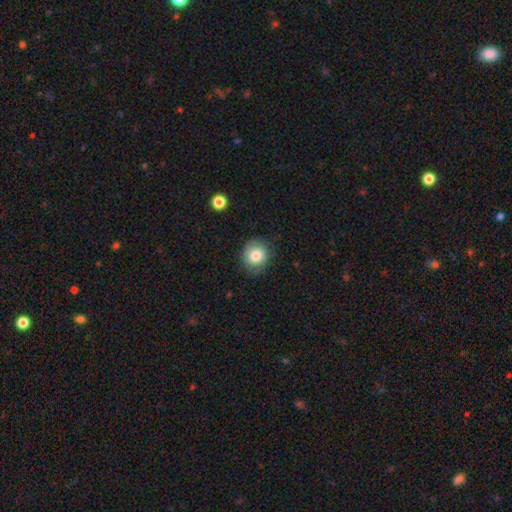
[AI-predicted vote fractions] Overall: smooth (78%). How rounded: round (74%). Merging: none (77%).